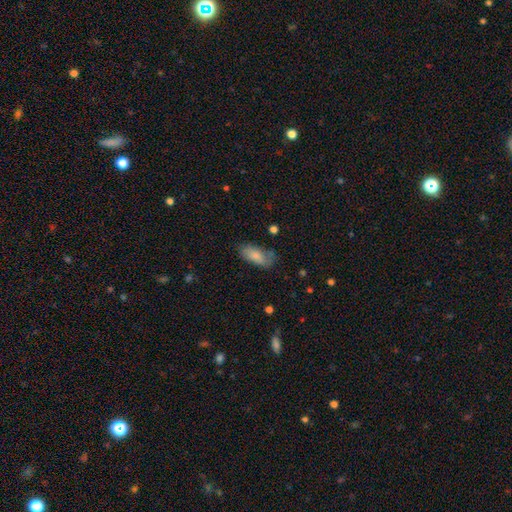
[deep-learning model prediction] This is clearly a smooth galaxy (82%). How rounded: clearly in between (87%). Merging: likely none (63%).